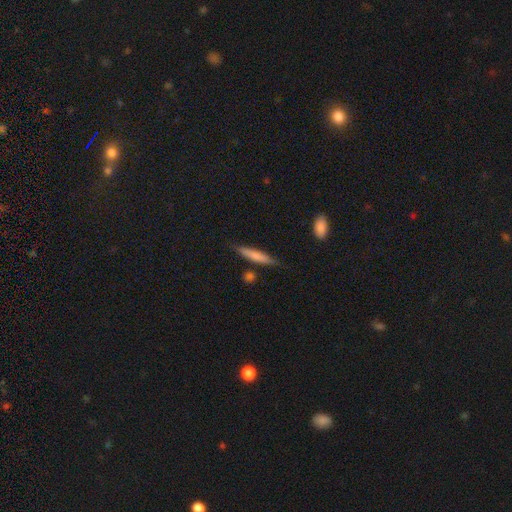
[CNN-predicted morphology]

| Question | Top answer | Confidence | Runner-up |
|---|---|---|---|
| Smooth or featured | smooth | 67% | featured or disk (27%) |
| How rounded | cigar-shaped | 90% | in between (9%) |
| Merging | none | 80% | minor disturbance (14%) |